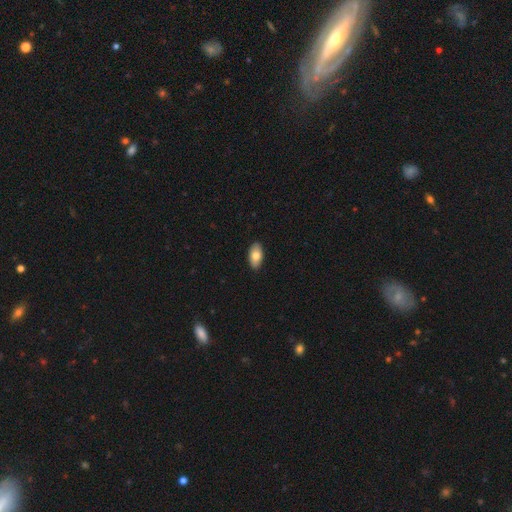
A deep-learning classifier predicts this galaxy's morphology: Smooth or featured? smooth (78%)
How rounded? in between (94%)
Merging? none (90%)